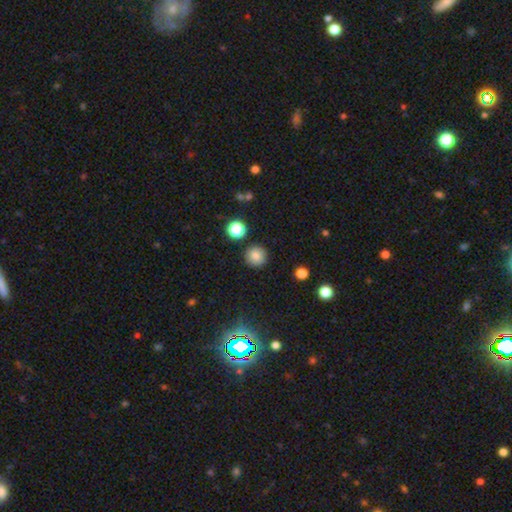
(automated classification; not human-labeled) The model was most divided on "smooth or featured": smooth: 83%, star or artifact: 11%, featured or disk: 6%. More confident: how rounded — round (94%); merging — none (89%).